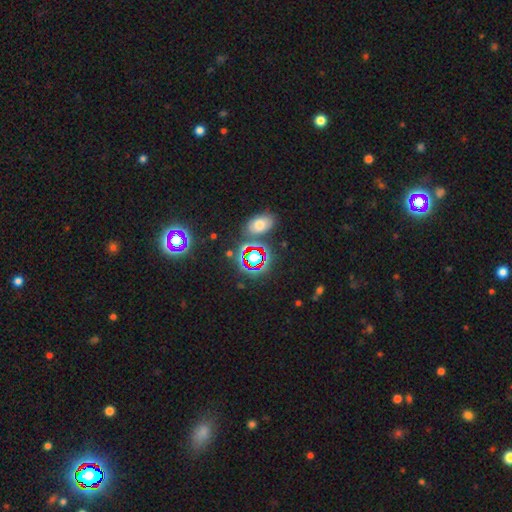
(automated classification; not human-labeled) Smooth or featured: star or artifact — 62% (smooth — 26%)